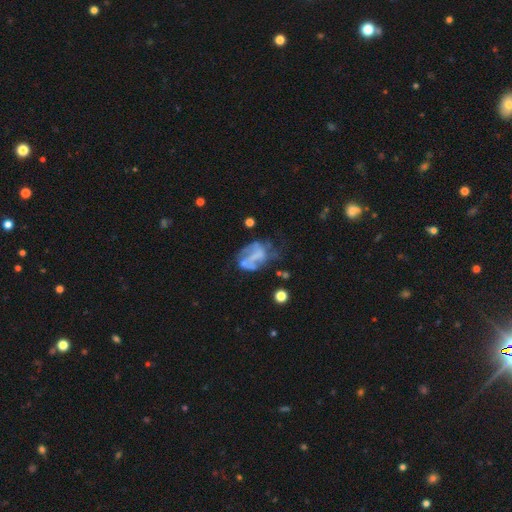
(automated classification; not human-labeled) A featured or disk galaxy (59%) with no bar (67%), no spiral arms (68%) and no central bulge (71%). Merging: major disturbance (35%).